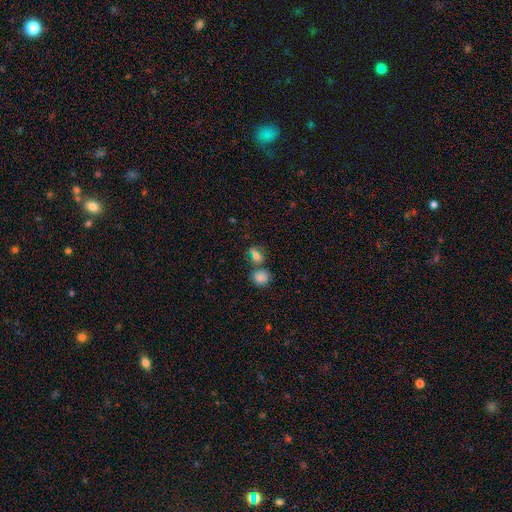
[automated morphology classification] type=smooth (71%); roundness=in between (59%); merging=none (53%).